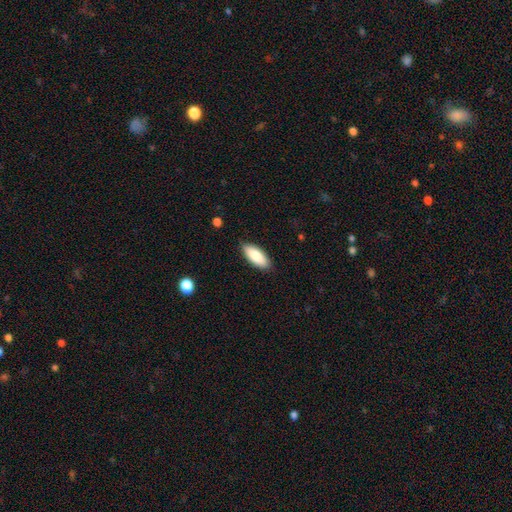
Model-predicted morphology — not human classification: A smooth galaxy with no disk features (84%) that is in between round and cigar-shaped (84%).

Vote fractions:
- Smooth or featured? smooth: 84% / featured or disk: 10% / star or artifact: 6%
- How rounded? in between: 84% / cigar-shaped: 14% / round: 2%
- Merging? none: 87% / minor disturbance: 10% / major disturbance: 2% / merger: 1%